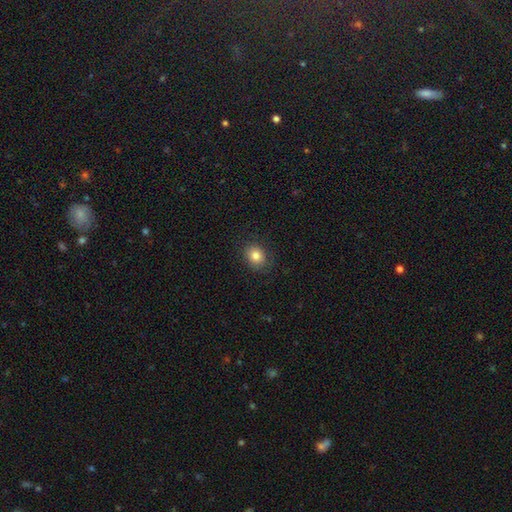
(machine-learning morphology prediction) smooth 82%, star or artifact 10%, featured or disk 8%. Down the decision tree: how rounded — round (60%); merging — none (86%).